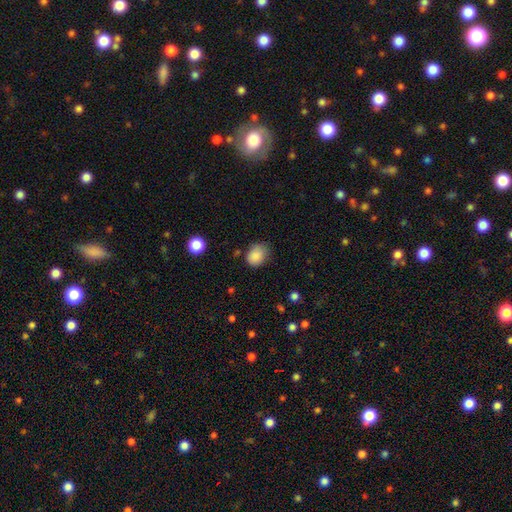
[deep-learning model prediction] Smooth or featured?
  - smooth: 86% *
  - star or artifact: 9%
  - featured or disk: 4%
How rounded?
  - in between: 52% *
  - round: 47%
  - cigar-shaped: 1%
Merging?
  - none: 64% *
  - minor disturbance: 28%
  - major disturbance: 6%
  - merger: 2%